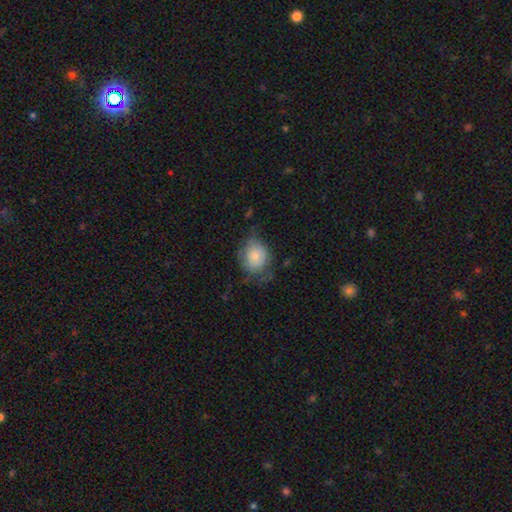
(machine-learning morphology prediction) Smooth or featured: smooth — 74% (featured or disk — 18%)
How rounded: round — 59% (in between — 40%)
Merging: none — 51% (minor disturbance — 33%)